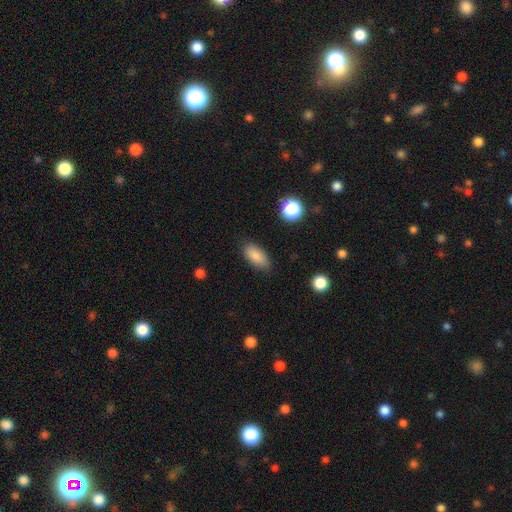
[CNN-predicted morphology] This appears to be a smooth galaxy with no disk features (86%) that is in between round and cigar-shaped (88%). Merging: none (84%).